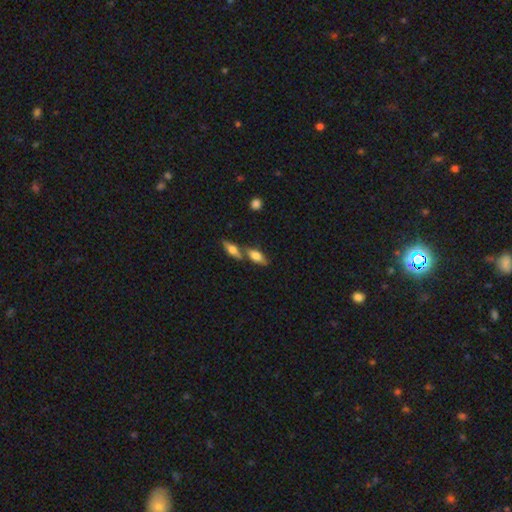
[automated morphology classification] Overall: smooth (63%; featured or disk 29%). How rounded: in between (77%). Merging: none (51%; merger 35%).